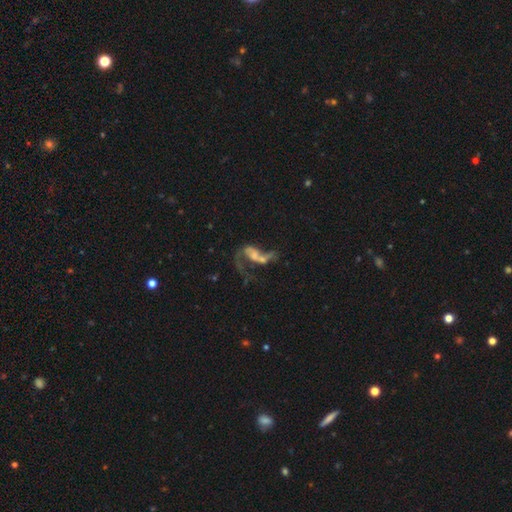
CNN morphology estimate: type=featured or disk (68%); edge-on=no (96%); bar=no (59%); spiral arms=yes (67%); bulge=none (36%); merging=merger (37%).